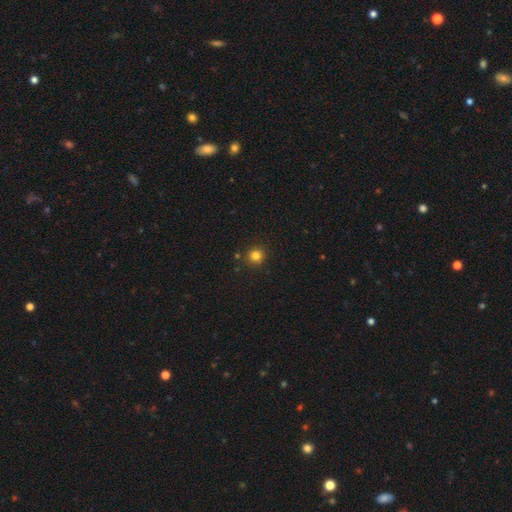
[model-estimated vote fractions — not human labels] Smooth or featured?
  - smooth: 81% *
  - star or artifact: 14%
  - featured or disk: 5%
How rounded?
  - round: 93% *
  - in between: 6%
  - cigar-shaped: 1%
Merging?
  - none: 89% *
  - minor disturbance: 6%
  - merger: 3%
  - major disturbance: 2%